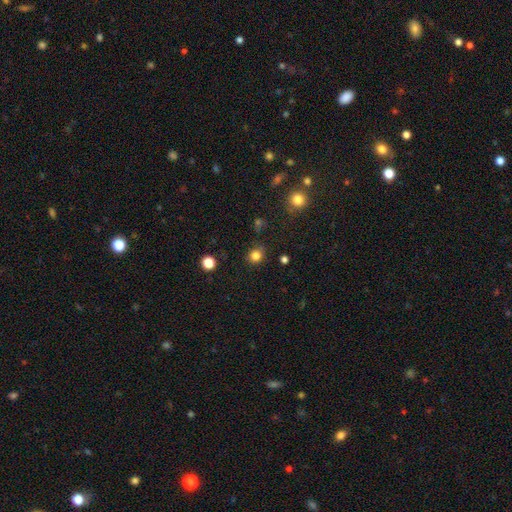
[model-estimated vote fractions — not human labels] A smooth galaxy with no disk features (81%) that is round (78%).

Vote fractions:
- Smooth or featured? smooth: 81% / star or artifact: 14% / featured or disk: 5%
- How rounded? round: 78% / in between: 21% / cigar-shaped: 1%
- Merging? none: 79% / minor disturbance: 15% / major disturbance: 4% / merger: 2%